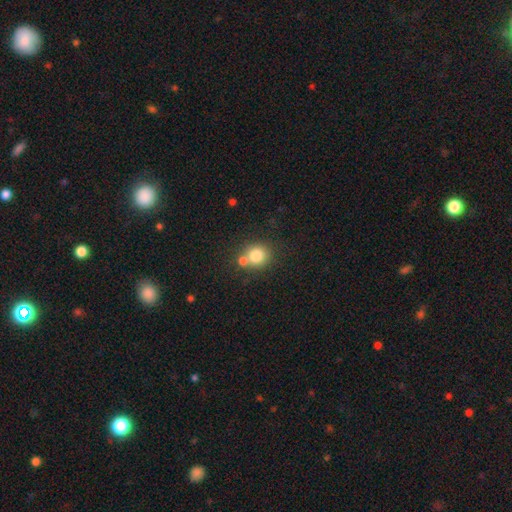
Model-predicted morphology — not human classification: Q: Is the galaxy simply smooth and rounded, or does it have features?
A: smooth — 79%.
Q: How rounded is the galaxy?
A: round — 85%.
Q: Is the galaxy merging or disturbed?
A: none — 56%.